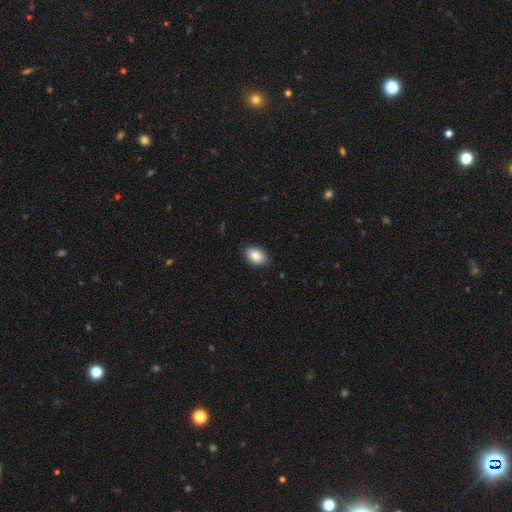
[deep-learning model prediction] Morphology: type=smooth (82%); roundness=in between (84%); merging=none (88%).